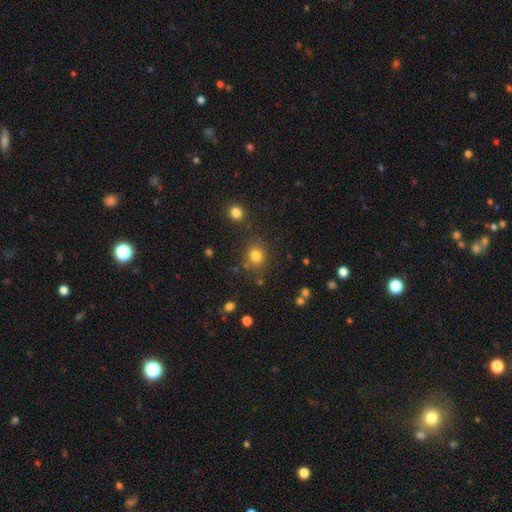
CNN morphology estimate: Smooth or featured? smooth (80%)
How rounded? round (81%)
Merging? none (78%)